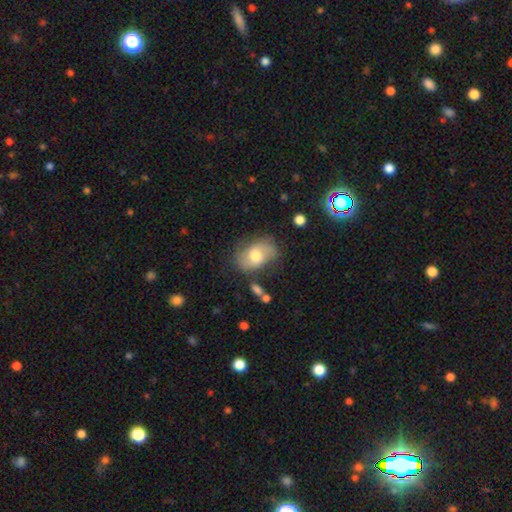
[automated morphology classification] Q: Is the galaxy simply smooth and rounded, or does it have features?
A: featured or disk — 46%, tied with smooth.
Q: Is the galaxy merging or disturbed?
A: none — 62%.